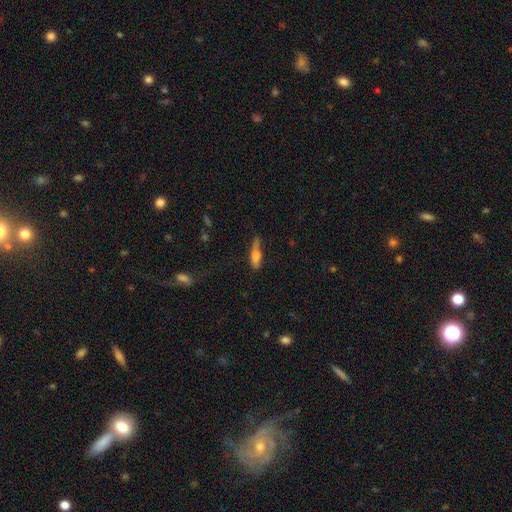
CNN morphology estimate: Q: Smooth or featured?
A: smooth (68%); runner-up: featured or disk (24%)
Q: How rounded?
A: cigar-shaped (63%); runner-up: in between (34%)
Q: Merging?
A: none (47%); runner-up: minor disturbance (34%)